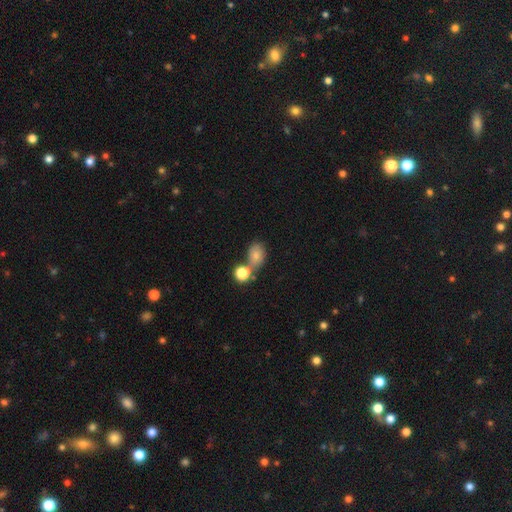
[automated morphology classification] Smooth or featured? smooth (74%)
How rounded? in between (61%)
Merging? none (39%)